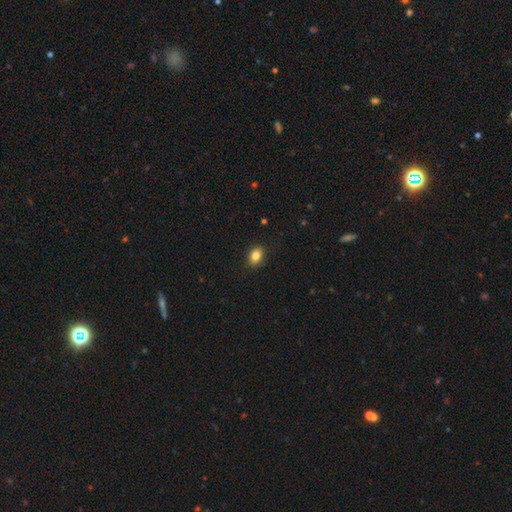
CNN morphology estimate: Smooth or featured? smooth (84%)
How rounded? in between (73%)
Merging? none (88%)